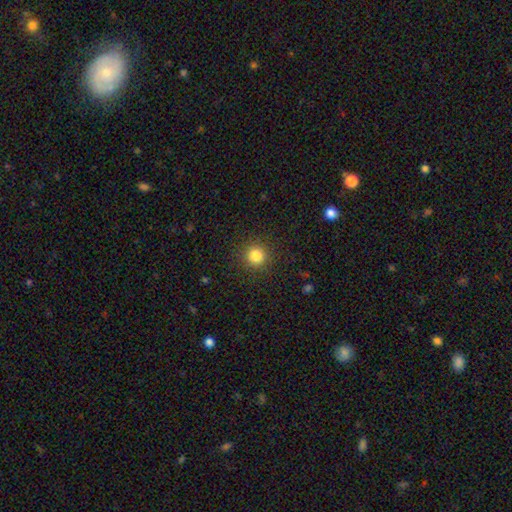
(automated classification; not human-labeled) A smooth galaxy with no disk features (83%) that is round (95%). Merging: none (91%).